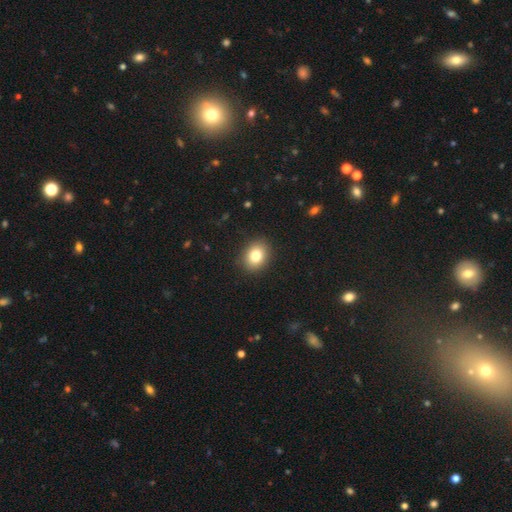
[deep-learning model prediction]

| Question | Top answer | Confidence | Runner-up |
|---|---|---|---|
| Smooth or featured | smooth | 81% | star or artifact (10%) |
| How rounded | round | 51% | in between (48%) |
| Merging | none | 89% | minor disturbance (8%) |